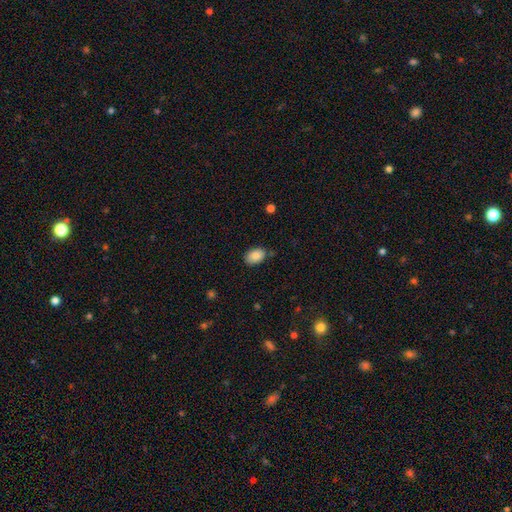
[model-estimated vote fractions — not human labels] Smooth or featured? smooth (85%)
How rounded? in between (85%)
Merging? none (78%)